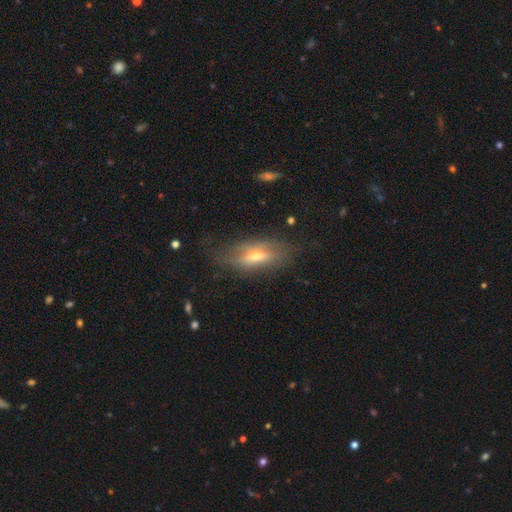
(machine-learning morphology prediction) A featured or disk galaxy (54%) viewed edge-on (70%). Merging: none (66%).